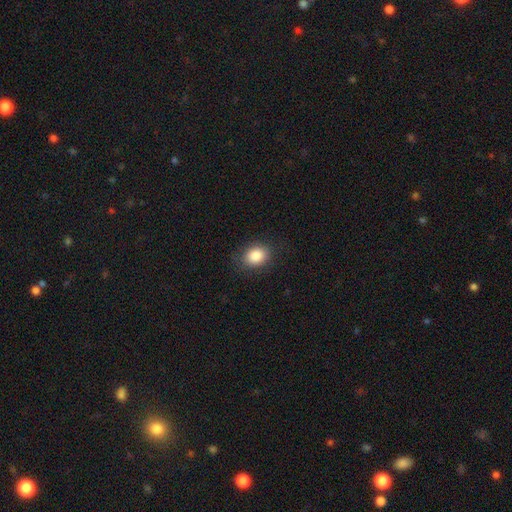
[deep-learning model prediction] Smooth or featured?
  - smooth: 86% *
  - star or artifact: 9%
  - featured or disk: 5%
How rounded?
  - in between: 57% *
  - round: 42%
  - cigar-shaped: 1%
Merging?
  - none: 84% *
  - minor disturbance: 12%
  - major disturbance: 3%
  - merger: 1%